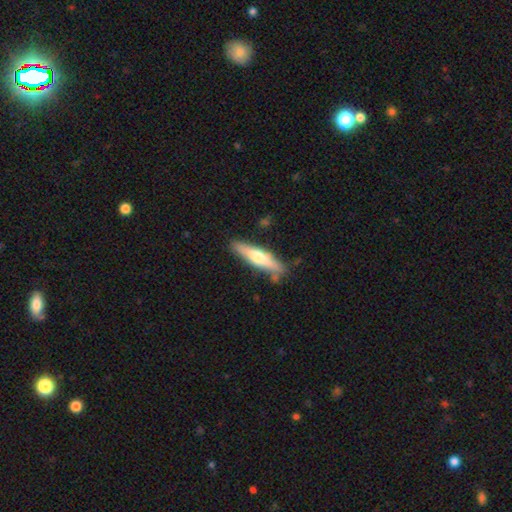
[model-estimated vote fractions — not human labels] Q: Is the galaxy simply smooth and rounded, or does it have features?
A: featured or disk — 49%.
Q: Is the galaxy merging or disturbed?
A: none — 83%.